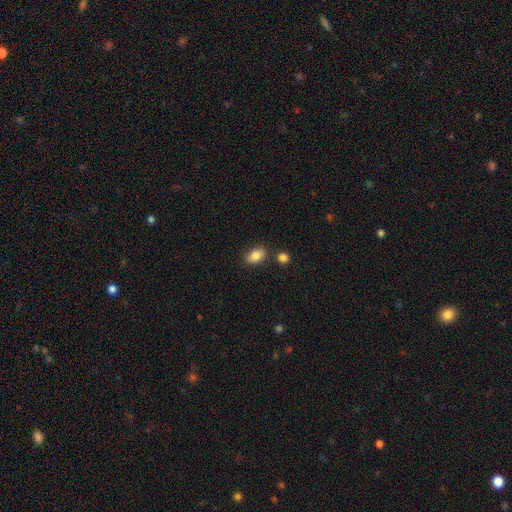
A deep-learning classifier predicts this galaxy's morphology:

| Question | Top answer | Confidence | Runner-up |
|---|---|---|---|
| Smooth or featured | smooth | 84% | star or artifact (9%) |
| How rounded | in between | 82% | round (16%) |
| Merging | none | 78% | minor disturbance (12%) |